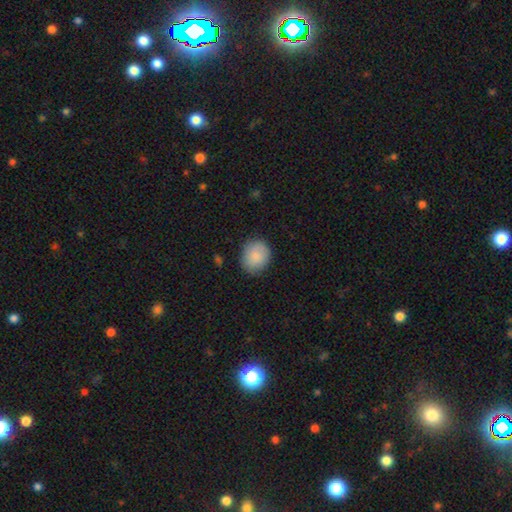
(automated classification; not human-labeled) smooth 87%, featured or disk 7%, star or artifact 7%. Down the decision tree: how rounded — round (72%); merging — none (83%).